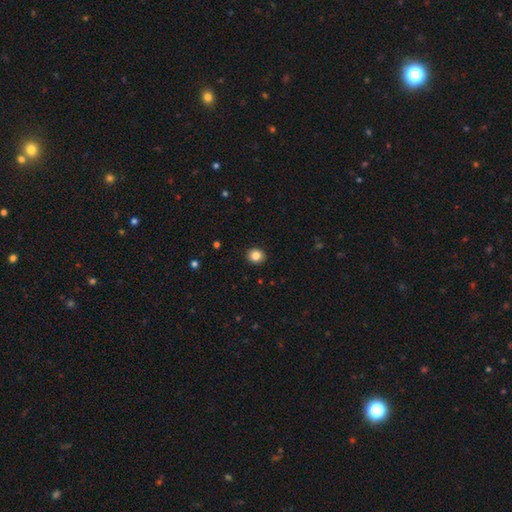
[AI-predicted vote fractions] smooth_or_featured: smooth (p=0.84) [alt: star or artifact p=0.11]
how_rounded: round (p=0.85) [alt: in between p=0.14]
merging: none (p=0.93) [alt: minor disturbance p=0.05]